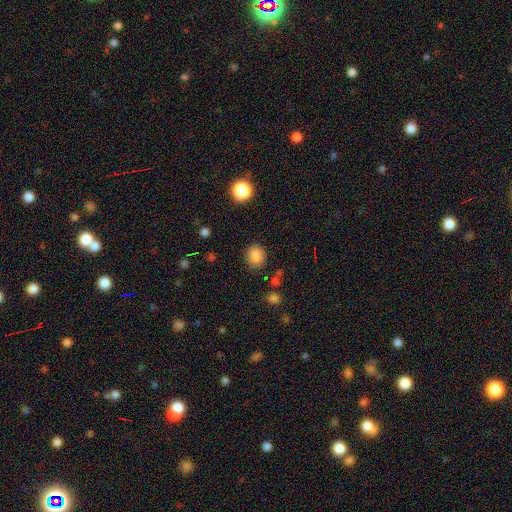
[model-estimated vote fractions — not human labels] Q: Smooth or featured?
A: smooth (85%); runner-up: star or artifact (11%)
Q: How rounded?
A: round (63%); runner-up: in between (36%)
Q: Merging?
A: none (82%); runner-up: minor disturbance (12%)